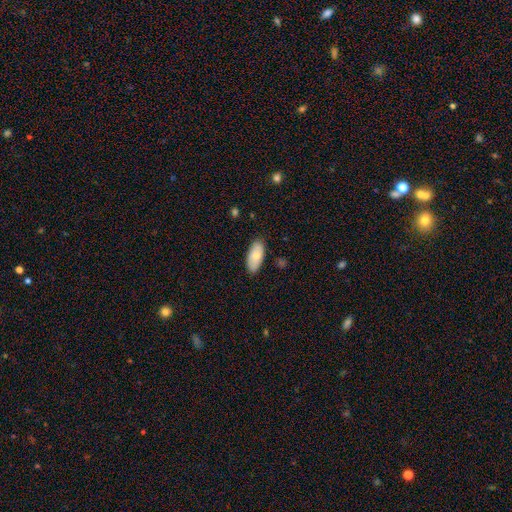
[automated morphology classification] Overall: smooth (72%). How rounded: in between (91%). Merging: none (86%).